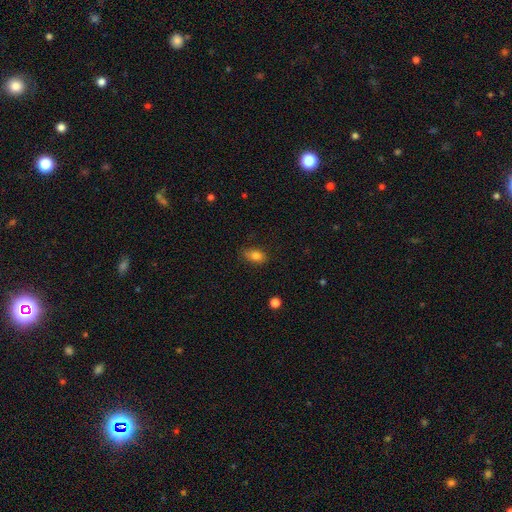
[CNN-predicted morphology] type=smooth (82%); roundness=in between (80%); merging=none (75%).